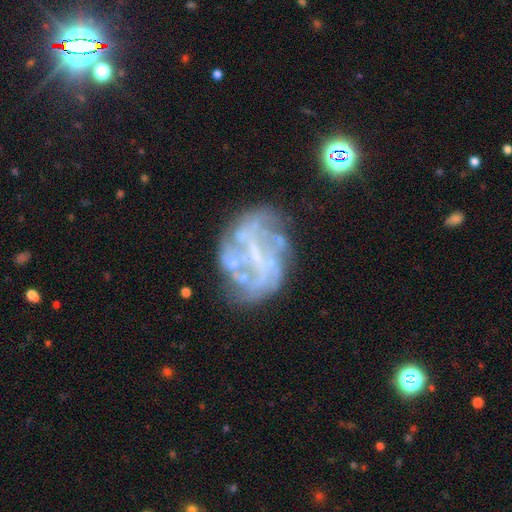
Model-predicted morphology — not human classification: A featured or disk galaxy (77%) with no bar (47%), spiral arms (58%) and no central bulge (57%).

Vote fractions:
- Smooth or featured? featured or disk: 77% / smooth: 12% / star or artifact: 11%
- Edge-on disk? no: 98% / yes: 2%
- Bar? no: 47% / weak: 36% / strong: 16%
- Spiral arms? yes: 58% / no: 42%
- Bulge size? none: 57% / small: 30% / moderate: 10% / large: 2% / dominant: 1%
- Merging? none: 55% / minor disturbance: 20% / major disturbance: 19% / merger: 6%